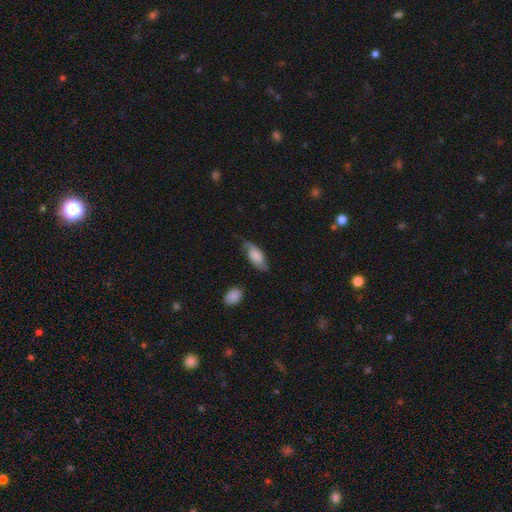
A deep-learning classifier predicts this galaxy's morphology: The model was most divided on "smooth or featured": smooth: 50%, featured or disk: 43%, star or artifact: 7%. More confident: merging — none (68%).